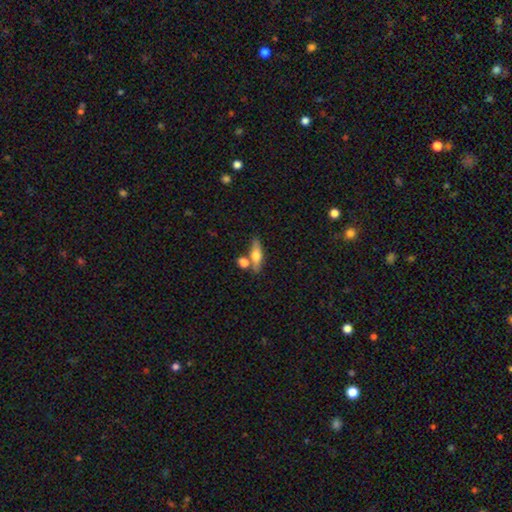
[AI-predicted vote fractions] This appears to be a smooth galaxy with no disk features (55%) that is cigar-shaped (50%). Merging: none (63%).